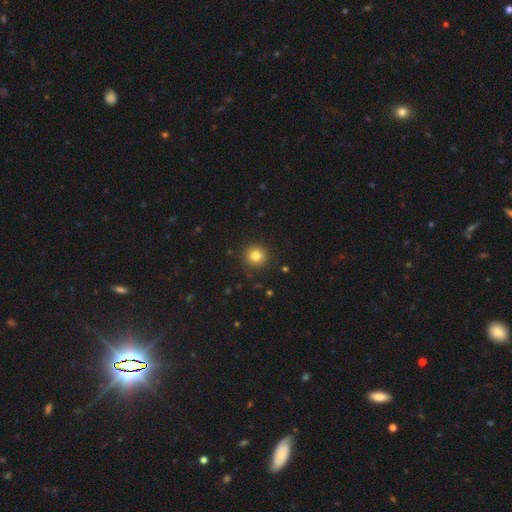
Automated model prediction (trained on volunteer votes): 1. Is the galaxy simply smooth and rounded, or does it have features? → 81% smooth, 12% star or artifact, 7% featured or disk.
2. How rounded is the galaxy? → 92% round, 7% in between, 1% cigar-shaped.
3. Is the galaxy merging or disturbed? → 91% none, 6% minor disturbance, 2% major disturbance, 1% merger.